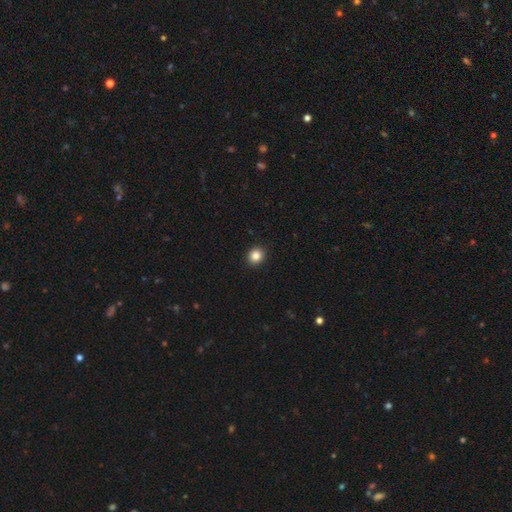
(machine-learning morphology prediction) Q: Smooth or featured?
A: smooth (84%); runner-up: star or artifact (11%)
Q: How rounded?
A: round (82%); runner-up: in between (17%)
Q: Merging?
A: none (93%); runner-up: minor disturbance (5%)